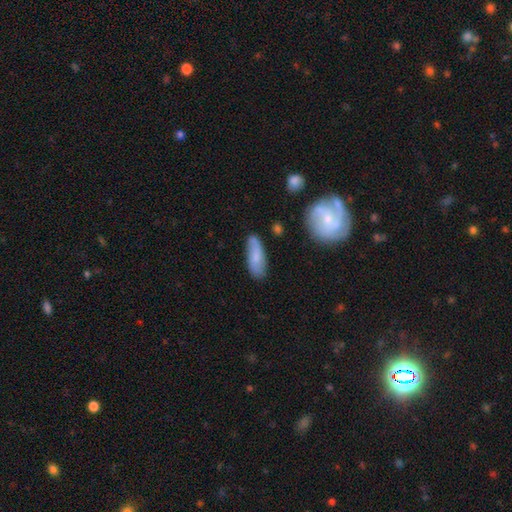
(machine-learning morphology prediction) smooth-or-featured: smooth: 66% | featured or disk: 27% | star or artifact: 7%
  how-rounded: in between: 62% | cigar-shaped: 35% | round: 3%
  merging: none: 73% | minor disturbance: 19% | major disturbance: 4% | merger: 3%